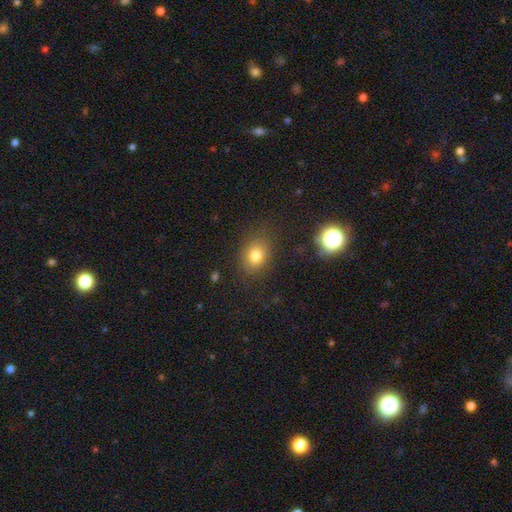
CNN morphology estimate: Overall: smooth (77%). How rounded: in between (54%; round 45%). Merging: none (80%).